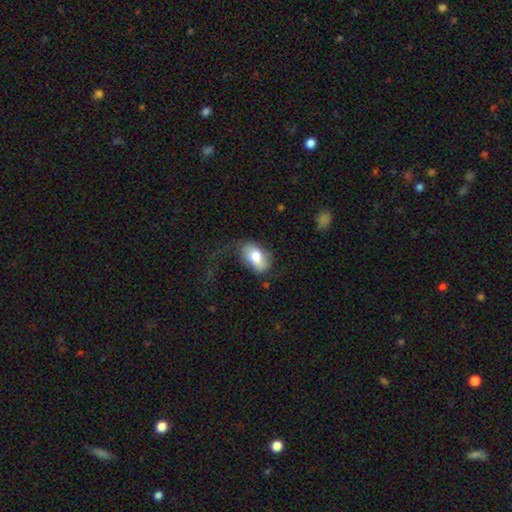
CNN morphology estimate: A smooth galaxy with no disk features (76%) that is in between round and cigar-shaped (91%).

Vote fractions:
- Smooth or featured? smooth: 76% / featured or disk: 18% / star or artifact: 7%
- How rounded? in between: 91% / round: 7% / cigar-shaped: 2%
- Merging? none: 47% / minor disturbance: 27% / major disturbance: 23% / merger: 3%